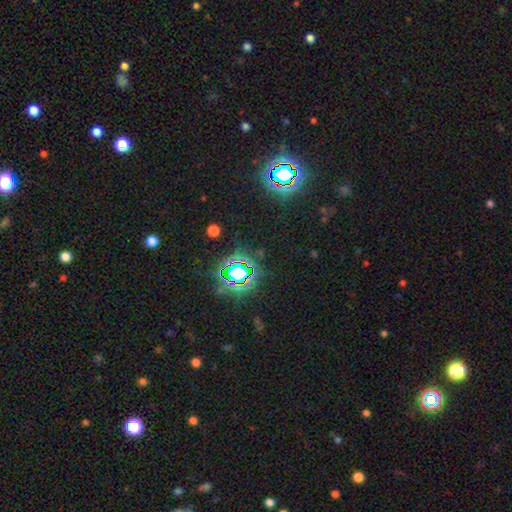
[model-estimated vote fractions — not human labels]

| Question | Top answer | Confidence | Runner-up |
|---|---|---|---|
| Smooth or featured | star or artifact | 80% | smooth (13%) |